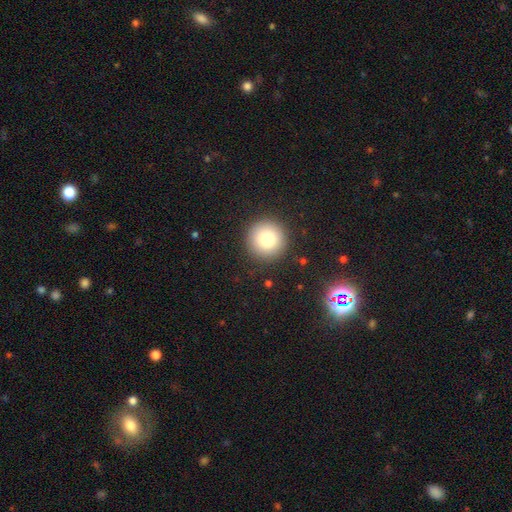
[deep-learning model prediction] smooth-or-featured: smooth: 67% | star or artifact: 25% | featured or disk: 8%
  how-rounded: round: 96% | in between: 3% | cigar-shaped: 1%
  merging: none: 92% | minor disturbance: 5% | major disturbance: 2% | merger: 2%